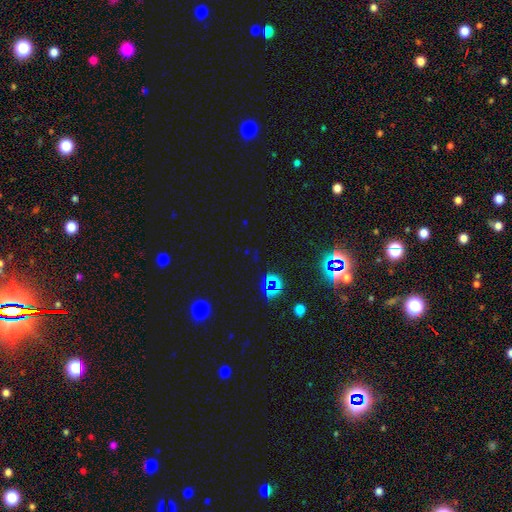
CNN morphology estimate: star or artifact 73%, smooth 19%, featured or disk 8%.